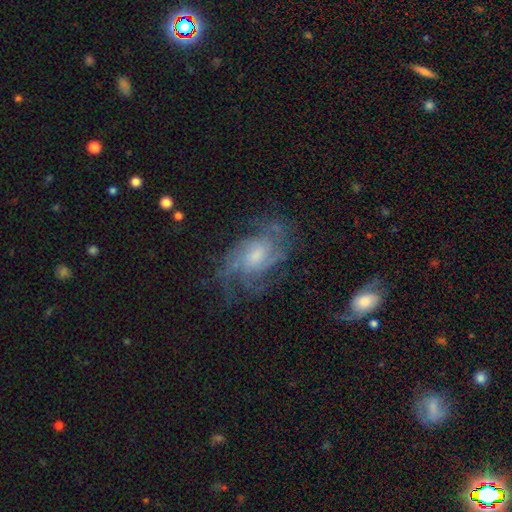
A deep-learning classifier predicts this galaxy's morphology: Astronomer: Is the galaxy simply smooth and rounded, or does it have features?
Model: featured or disk — 78%.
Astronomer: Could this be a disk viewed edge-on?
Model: no — 96%.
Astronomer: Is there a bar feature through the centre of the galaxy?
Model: no — 63%.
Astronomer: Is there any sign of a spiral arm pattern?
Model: yes — 90%.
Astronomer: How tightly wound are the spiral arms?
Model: medium — 43% (runner-up: tight, 37%).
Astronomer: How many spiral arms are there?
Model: can't tell — 36% (runner-up: 3, 19%).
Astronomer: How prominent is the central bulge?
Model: moderate — 43% (runner-up: small, 41%).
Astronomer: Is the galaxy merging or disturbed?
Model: none — 63%.